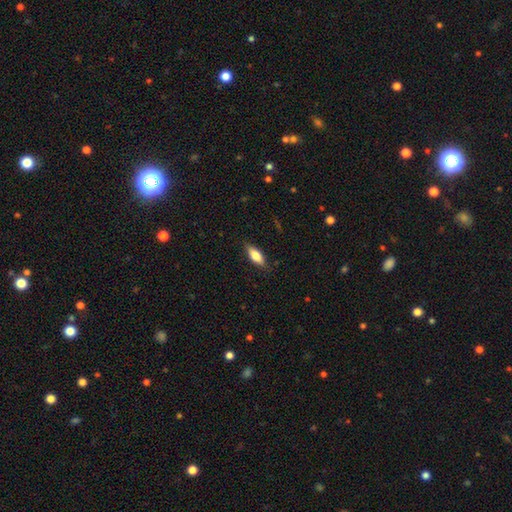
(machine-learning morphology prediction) smooth-or-featured: smooth: 67% | featured or disk: 26% | star or artifact: 7%
  how-rounded: in between: 70% | cigar-shaped: 27% | round: 3%
  merging: none: 84% | minor disturbance: 12% | major disturbance: 3% | merger: 1%